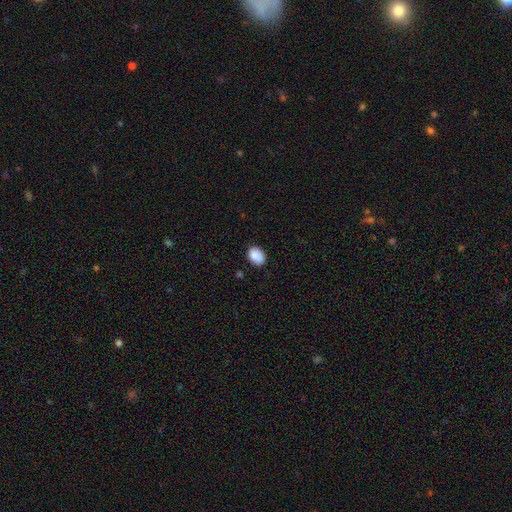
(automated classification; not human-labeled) A smooth galaxy with no disk features (89%) that is in between round and cigar-shaped (80%).

Vote fractions:
- Smooth or featured? smooth: 89% / star or artifact: 7% / featured or disk: 4%
- How rounded? in between: 80% / round: 19% / cigar-shaped: 1%
- Merging? none: 84% / minor disturbance: 13% / major disturbance: 2% / merger: 1%